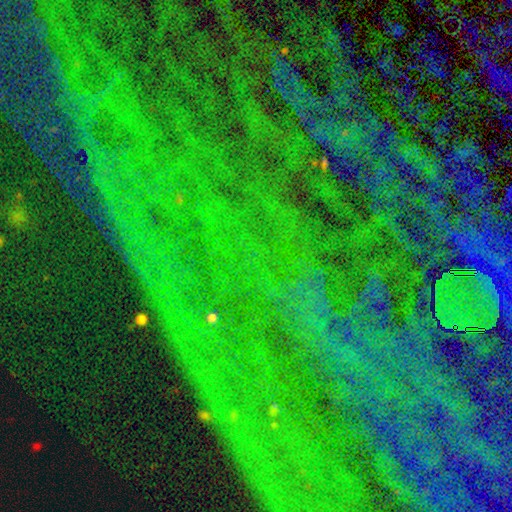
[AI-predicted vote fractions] This is clearly a star or artifact rather than a galaxy (85%).